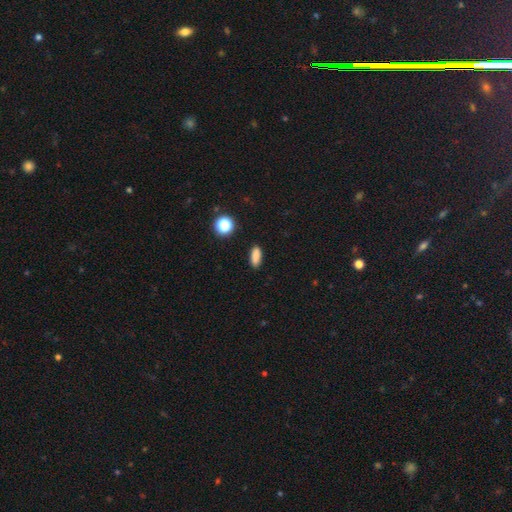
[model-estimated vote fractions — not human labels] Smooth or featured: smooth — 85% (star or artifact — 11%)
How rounded: in between — 71% (cigar-shaped — 24%)
Merging: none — 87% (minor disturbance — 9%)